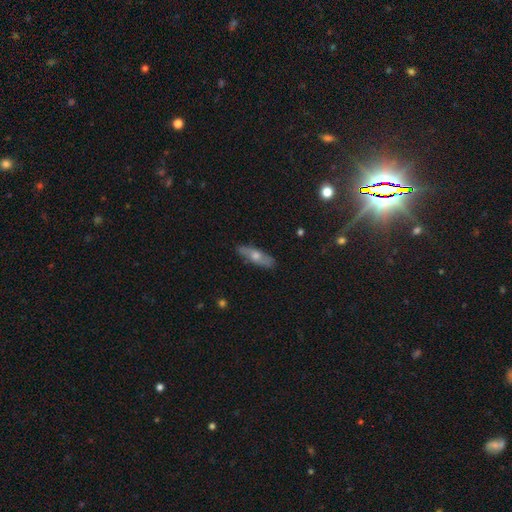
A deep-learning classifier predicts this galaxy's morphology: This appears to be a featured or disk galaxy (47%). Merging: none (86%).